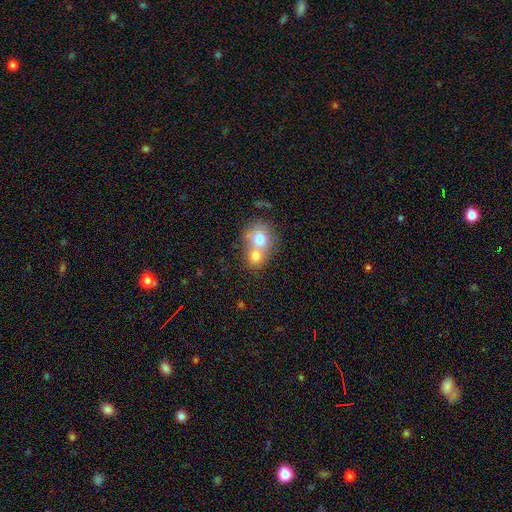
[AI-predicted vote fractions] This appears to be a smooth galaxy with no disk features (71%) that is round (66%). Merging: merger (70%).